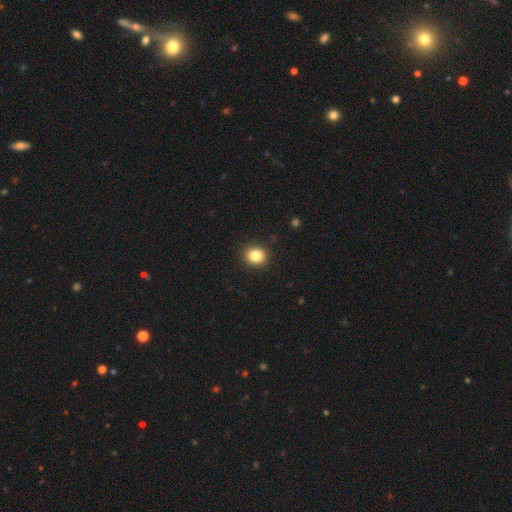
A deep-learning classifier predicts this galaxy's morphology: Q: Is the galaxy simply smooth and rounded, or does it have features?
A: smooth — 84%.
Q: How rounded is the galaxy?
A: round — 71%.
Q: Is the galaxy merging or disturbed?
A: none — 90%.